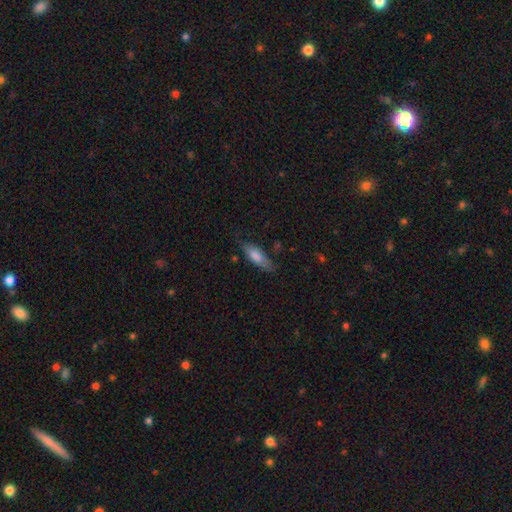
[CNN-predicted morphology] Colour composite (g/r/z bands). It shows a smooth galaxy with no disk features (73%) that is in between round and cigar-shaped (57%). Merging: none (70%).